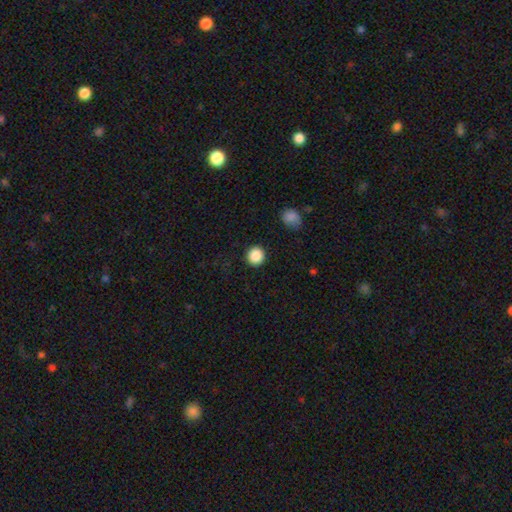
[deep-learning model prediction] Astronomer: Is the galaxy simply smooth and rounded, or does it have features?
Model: smooth — 88%.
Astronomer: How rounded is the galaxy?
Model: round — 92%.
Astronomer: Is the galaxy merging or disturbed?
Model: none — 91%.